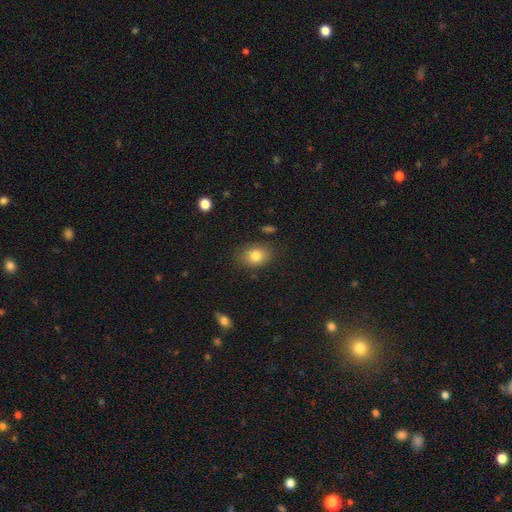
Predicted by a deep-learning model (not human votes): This is clearly a smooth galaxy (80%). How rounded: likely in between (66%). Merging: clearly none (81%).